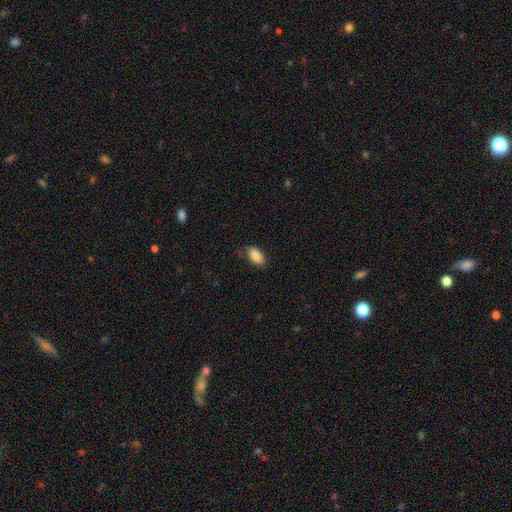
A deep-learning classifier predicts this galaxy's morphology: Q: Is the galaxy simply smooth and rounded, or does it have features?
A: smooth — 87%.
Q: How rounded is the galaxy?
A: in between — 93%.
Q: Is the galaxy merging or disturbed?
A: none — 78%.